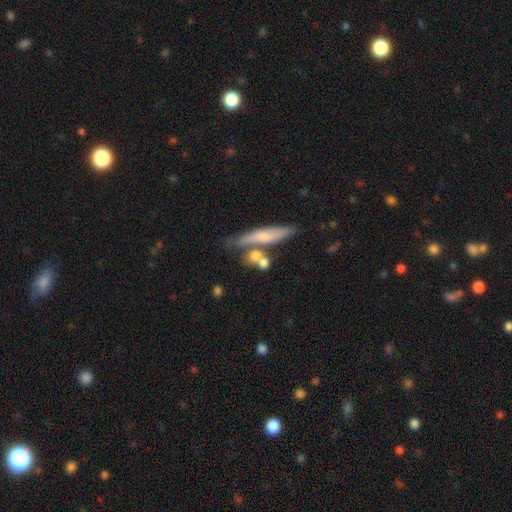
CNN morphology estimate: type=smooth (68%); roundness=round (36%, tied with cigar-shaped); merging=none (48%).